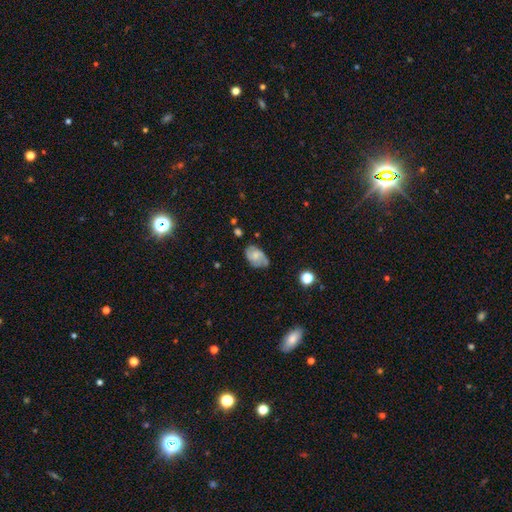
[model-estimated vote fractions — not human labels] featured or disk 57%, smooth 35%, star or artifact 8%. Down the decision tree: edge-on disk — no (96%); bar — no (62%); spiral arms — yes (87%); bulge size — small (43%); merging — none (65%).